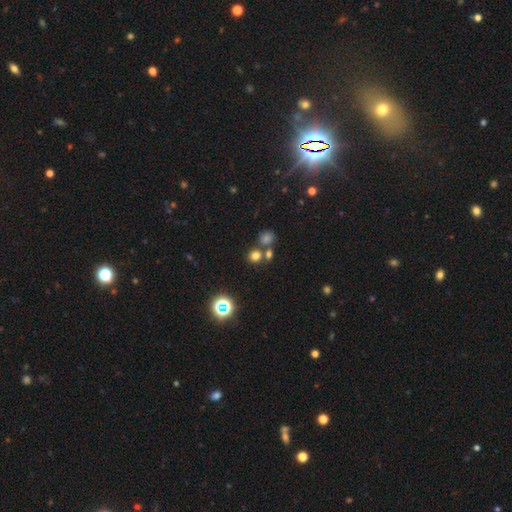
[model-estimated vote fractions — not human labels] The model was most divided on "merging": none: 61%, merger: 29%, minor disturbance: 7%, major disturbance: 3%. More confident: how rounded — round (85%); smooth or featured — smooth (69%).